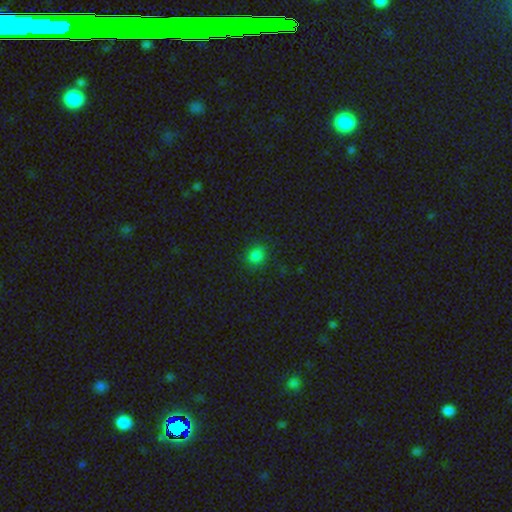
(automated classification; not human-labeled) Smooth or featured? Predicted: smooth (p=0.82). How rounded? Predicted: round (p=0.76). Merging? Predicted: none (p=0.85).